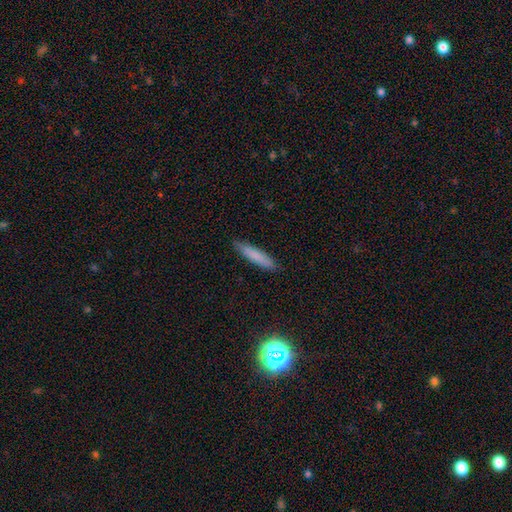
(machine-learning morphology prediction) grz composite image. It shows a smooth galaxy with no disk features (79%) that is cigar-shaped (87%). Merging: none (88%).